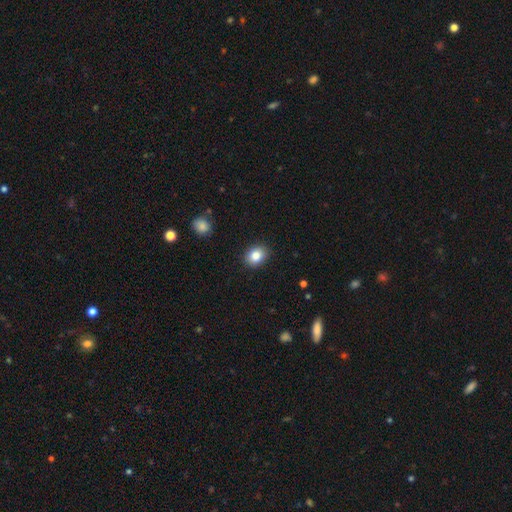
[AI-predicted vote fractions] smooth 85%, star or artifact 9%, featured or disk 6%. Down the decision tree: how rounded — in between (55%); merging — none (89%).